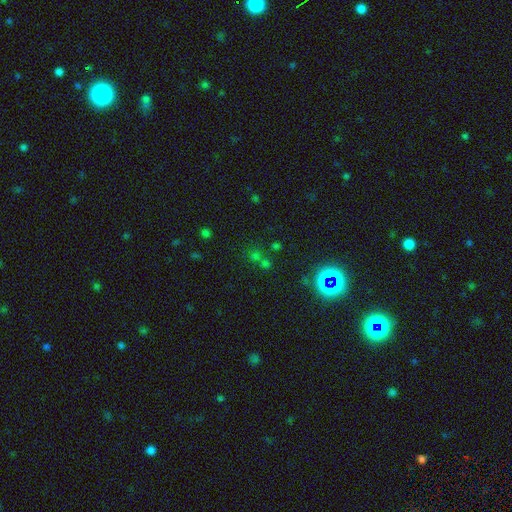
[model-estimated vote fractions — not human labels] Smooth or featured? Predicted: star or artifact (p=0.57).